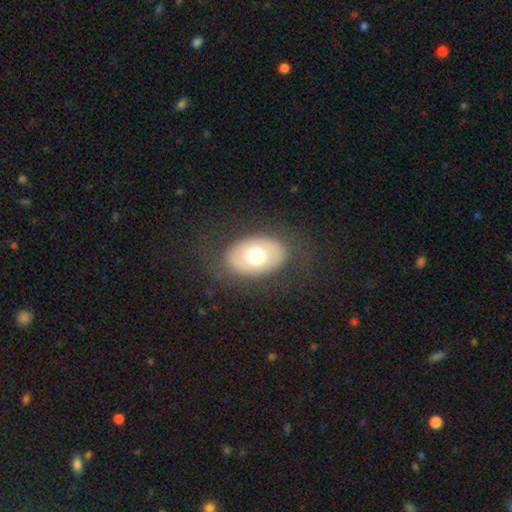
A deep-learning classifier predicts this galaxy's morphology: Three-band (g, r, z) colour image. It shows a smooth galaxy with no disk features (64%) that is in between round and cigar-shaped (81%). Merging: none (78%).